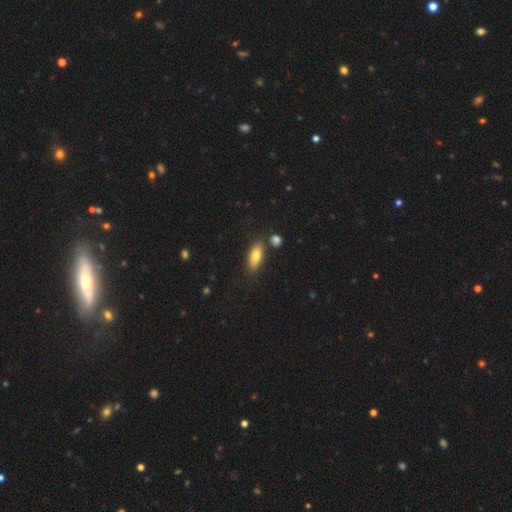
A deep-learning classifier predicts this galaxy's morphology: smooth-or-featured: smooth: 76% | featured or disk: 17% | star or artifact: 7%
  how-rounded: in between: 78% | cigar-shaped: 18% | round: 3%
  merging: none: 77% | minor disturbance: 13% | merger: 8% | major disturbance: 3%